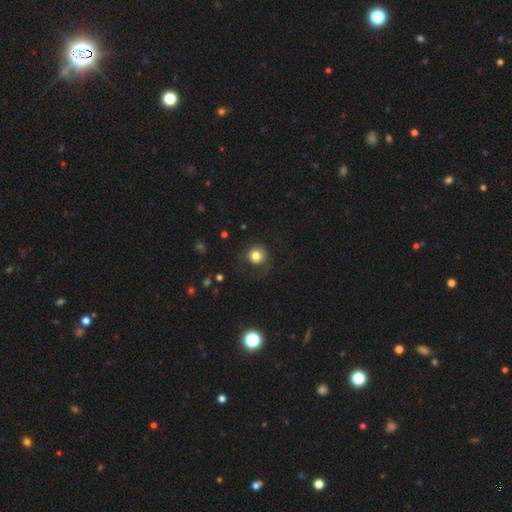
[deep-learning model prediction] Smooth or featured: smooth — 78% (featured or disk — 11%)
How rounded: round — 91% (in between — 8%)
Merging: none — 66% (major disturbance — 16%)